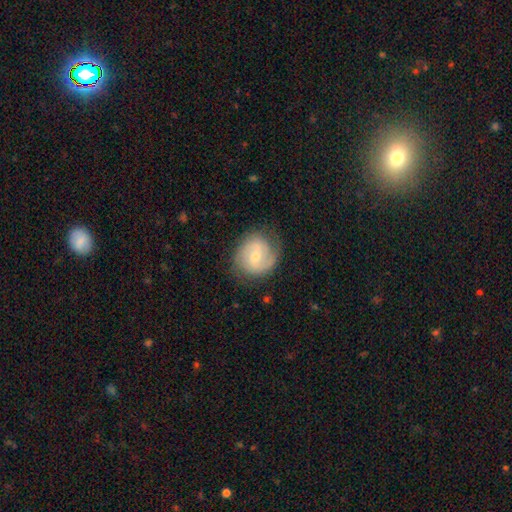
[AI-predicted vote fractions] Overall: featured or disk (70%). Edge-on disk: no (98%). Bar: no (53%; weak 40%). Spiral arms: yes (92%). Spiral arm count: 2 (68%). Spiral winding: medium (43%; tight 41%). Bulge size: small (56%; moderate 41%). Merging: none (75%).